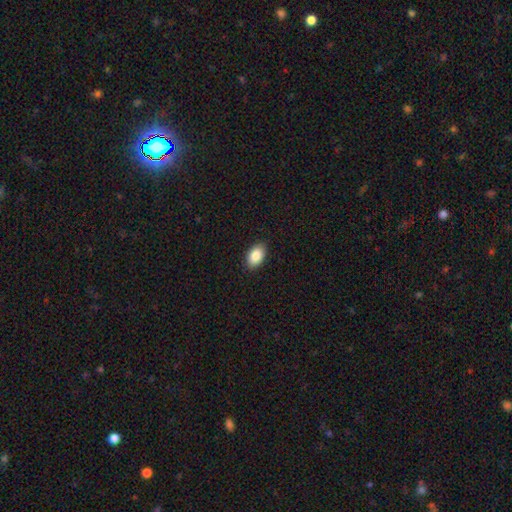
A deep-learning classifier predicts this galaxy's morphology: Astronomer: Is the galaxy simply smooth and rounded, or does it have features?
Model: smooth — 87%.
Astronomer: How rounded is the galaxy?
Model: in between — 91%.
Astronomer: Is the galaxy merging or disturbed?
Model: none — 89%.